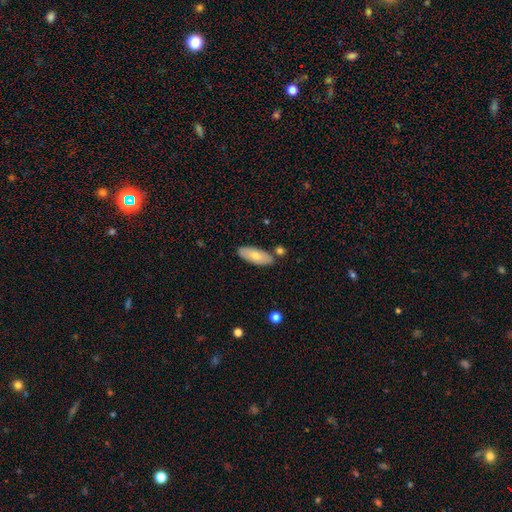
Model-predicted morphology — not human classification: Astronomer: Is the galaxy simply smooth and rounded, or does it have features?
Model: smooth — 71%.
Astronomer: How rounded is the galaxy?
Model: in between — 80%.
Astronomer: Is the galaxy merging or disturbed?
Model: none — 79%.